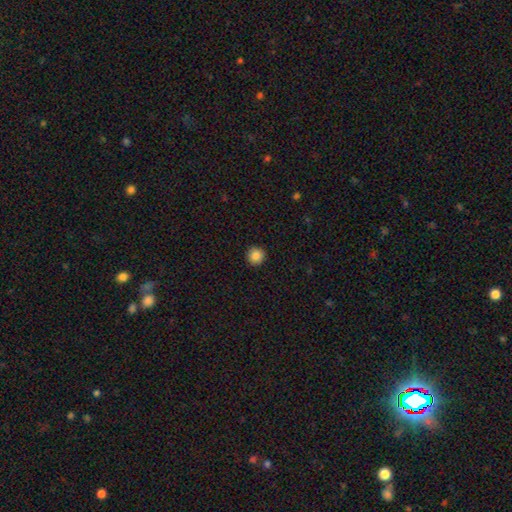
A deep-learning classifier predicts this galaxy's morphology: smooth_or_featured: smooth (p=0.85) [alt: star or artifact p=0.10]
how_rounded: round (p=0.95) [alt: in between p=0.04]
merging: none (p=0.92) [alt: minor disturbance p=0.05]